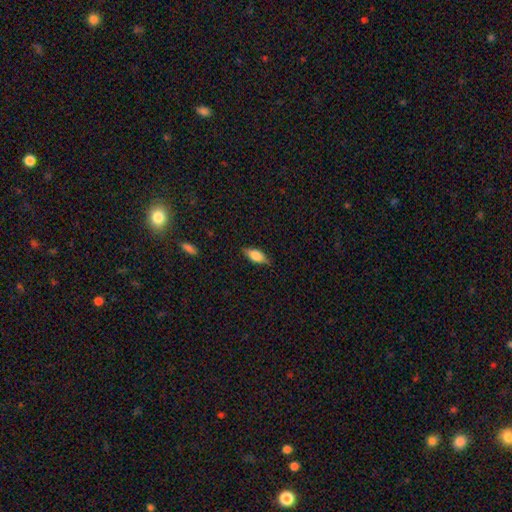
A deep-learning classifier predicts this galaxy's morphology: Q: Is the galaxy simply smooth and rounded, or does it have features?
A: smooth — 68%.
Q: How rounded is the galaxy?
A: in between — 78%.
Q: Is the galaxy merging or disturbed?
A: none — 82%.